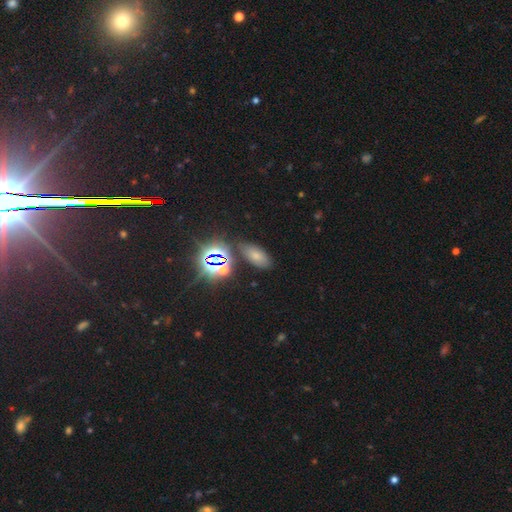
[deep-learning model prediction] This is possibly a smooth galaxy (58%). How rounded: clearly in between (89%). Merging: clearly none (80%).